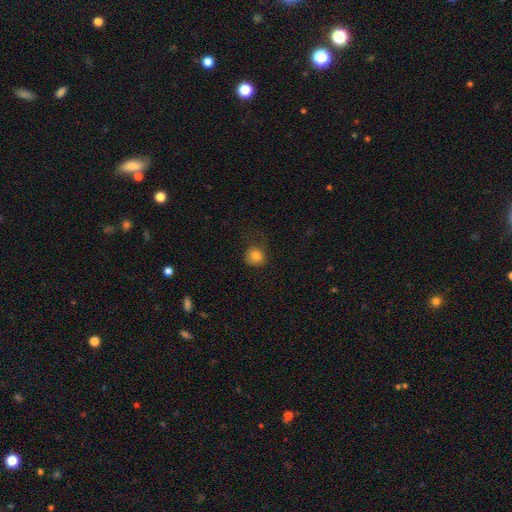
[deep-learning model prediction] Smooth or featured? Predicted: smooth (p=0.82). How rounded? Predicted: round (p=0.77). Merging? Predicted: none (p=0.59).